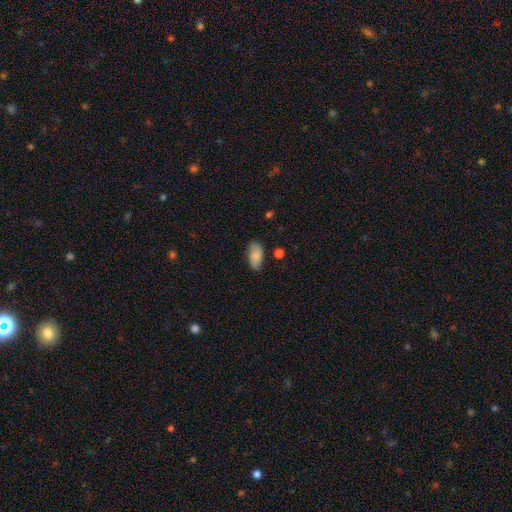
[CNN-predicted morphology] Overall: smooth (82%). How rounded: in between (92%). Merging: none (77%).